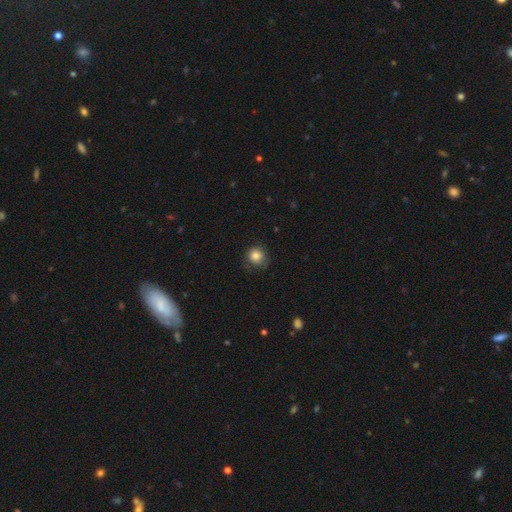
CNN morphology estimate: Smooth or featured: smooth — 83% (star or artifact — 10%)
How rounded: round — 86% (in between — 13%)
Merging: none — 67% (minor disturbance — 24%)